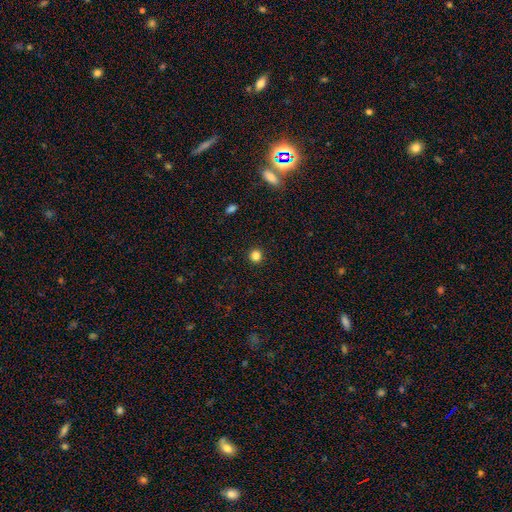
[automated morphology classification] type=smooth (84%); roundness=round (93%); merging=none (93%).